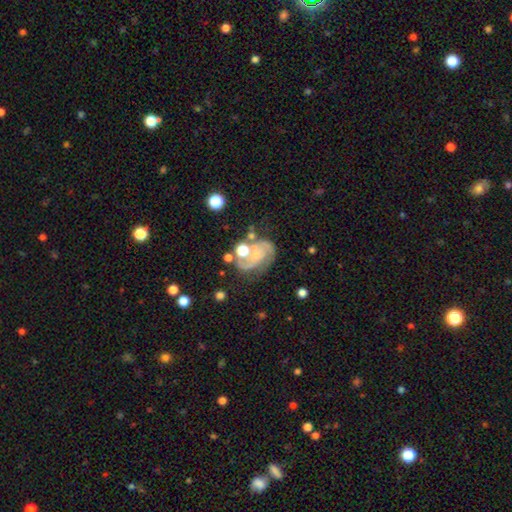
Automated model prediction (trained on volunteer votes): This is likely a featured or disk galaxy (75%). It is clearly not viewed edge-on (98%). Bar: likely no (63%). Spiral arm pattern: clearly yes (91%). Spiral arm count: likely 2 (73%). Spiral winding: possibly medium (48%). Central bulge: possibly small (47%). Merging: possibly none (50%).